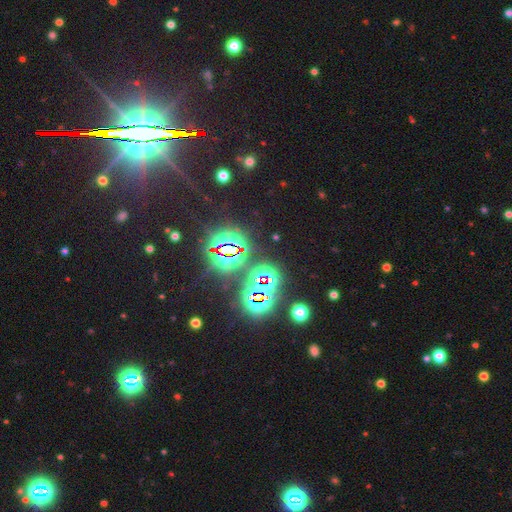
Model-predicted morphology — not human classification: smooth-or-featured: star or artifact: 84% | smooth: 8% | featured or disk: 8%